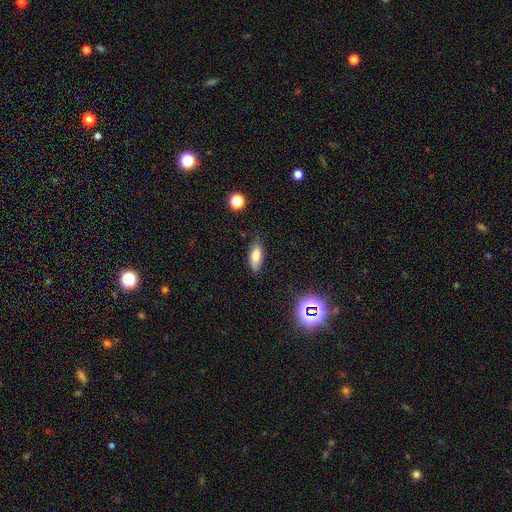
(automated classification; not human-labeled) The model was most divided on "merging": none: 76%, minor disturbance: 19%, major disturbance: 3%, merger: 2%. More confident: smooth or featured — smooth (79%); how rounded — in between (78%).